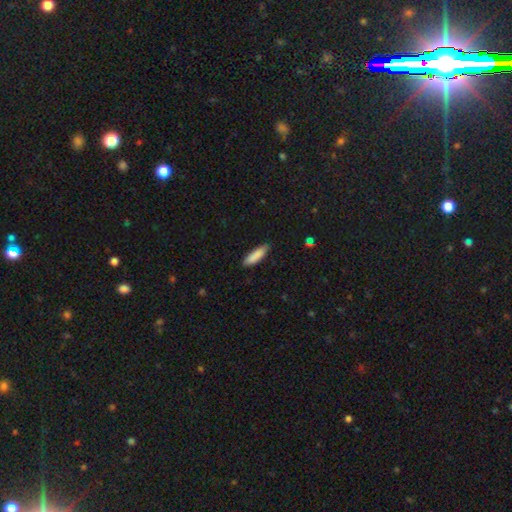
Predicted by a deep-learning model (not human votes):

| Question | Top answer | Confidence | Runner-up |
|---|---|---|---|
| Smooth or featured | smooth | 88% | featured or disk (7%) |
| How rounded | cigar-shaped | 64% | in between (35%) |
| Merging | none | 84% | minor disturbance (13%) |